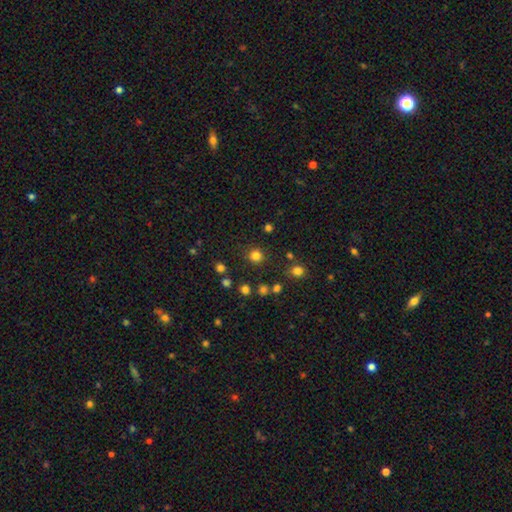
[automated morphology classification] Smooth or featured? smooth (80%)
How rounded? round (91%)
Merging? none (87%)